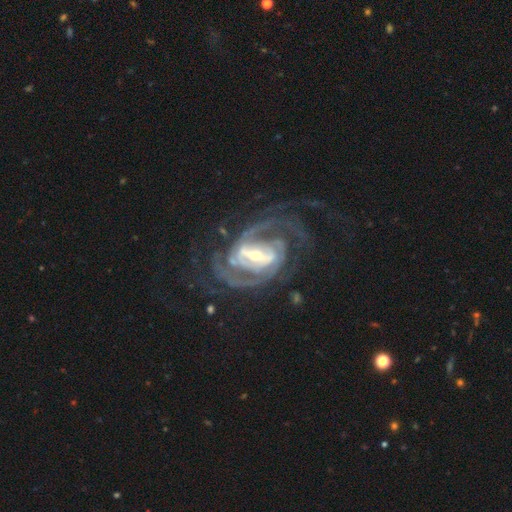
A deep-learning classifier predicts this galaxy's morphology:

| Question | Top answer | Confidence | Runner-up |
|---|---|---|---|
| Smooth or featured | featured or disk | 93% | star or artifact (4%) |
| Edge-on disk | no | 97% | yes (3%) |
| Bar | strong | 66% | weak (26%) |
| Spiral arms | yes | 98% | no (2%) |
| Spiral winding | medium | 46% | tight (42%) |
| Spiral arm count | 2 | 45% | 3 (19%) |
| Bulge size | small | 51% | moderate (42%) |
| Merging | none | 60% | major disturbance (21%) |